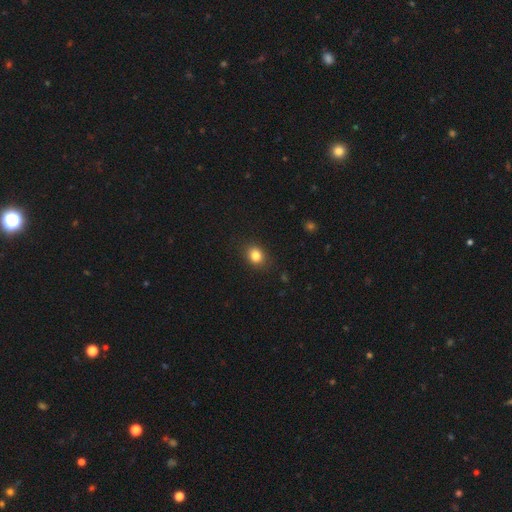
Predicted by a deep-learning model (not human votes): Q: Smooth or featured?
A: smooth (83%); runner-up: star or artifact (11%)
Q: How rounded?
A: round (56%); runner-up: in between (43%)
Q: Merging?
A: none (87%); runner-up: minor disturbance (9%)